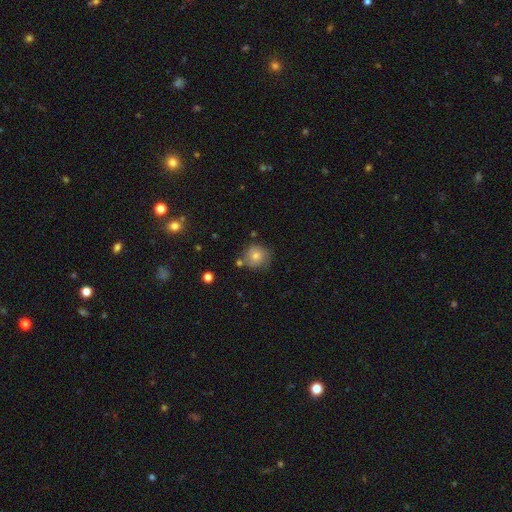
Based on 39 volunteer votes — This appears to be a smooth galaxy with no disk features (69%) that is round (96%). Merging: none (66%).